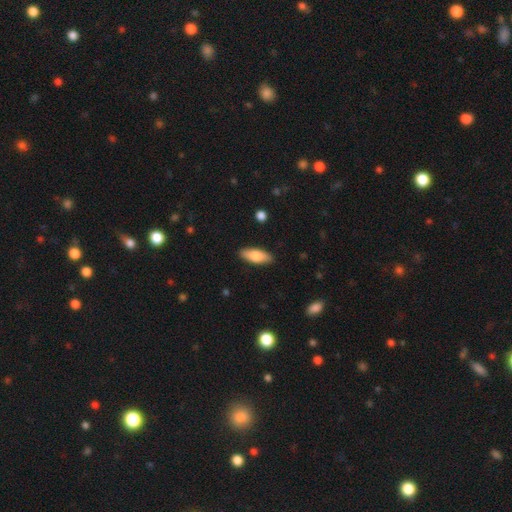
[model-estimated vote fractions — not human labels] A smooth galaxy with no disk features (78%) that is in between round and cigar-shaped (74%).

Vote fractions:
- Smooth or featured? smooth: 78% / featured or disk: 17% / star or artifact: 6%
- How rounded? in between: 74% / cigar-shaped: 24% / round: 2%
- Merging? none: 89% / minor disturbance: 8% / major disturbance: 2% / merger: 1%